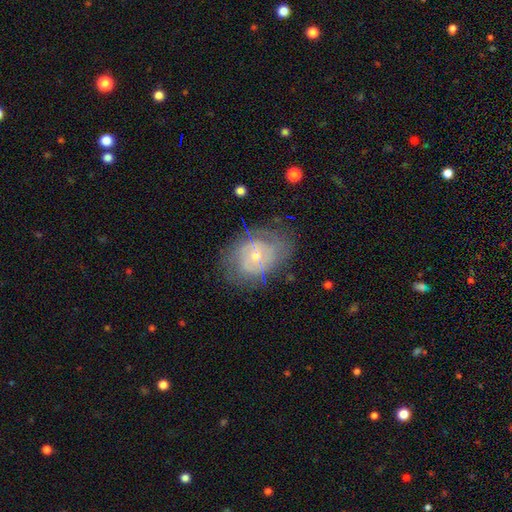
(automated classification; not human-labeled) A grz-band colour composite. It shows a featured or disk galaxy (64%) with no bar (71%), spiral arms (71%) and a small central bulge (61%). Merging: none (66%).